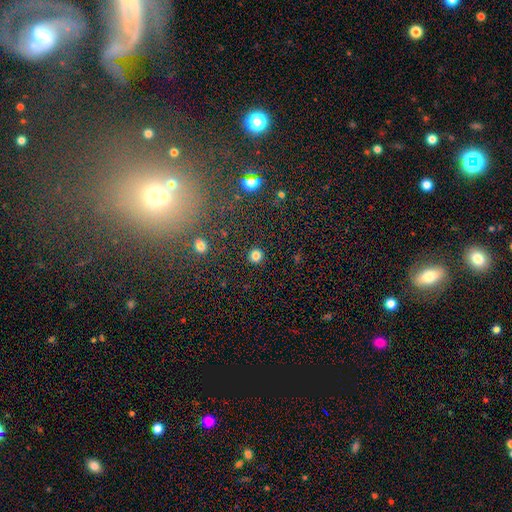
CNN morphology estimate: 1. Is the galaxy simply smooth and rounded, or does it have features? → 82% smooth, 13% star or artifact, 4% featured or disk.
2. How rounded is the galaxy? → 95% round, 4% in between, 1% cigar-shaped.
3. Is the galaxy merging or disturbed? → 92% none, 4% minor disturbance, 2% major disturbance, 1% merger.